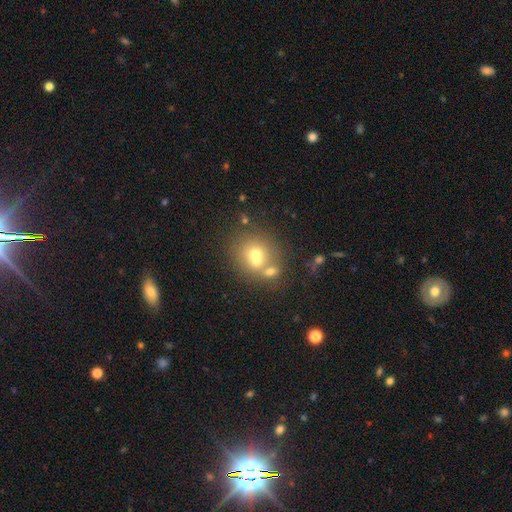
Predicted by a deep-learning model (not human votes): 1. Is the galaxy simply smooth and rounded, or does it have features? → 59% smooth, 26% featured or disk, 16% star or artifact.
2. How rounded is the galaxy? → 77% round, 22% in between, 1% cigar-shaped.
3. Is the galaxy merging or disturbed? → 48% merger, 40% none, 8% minor disturbance, 4% major disturbance.